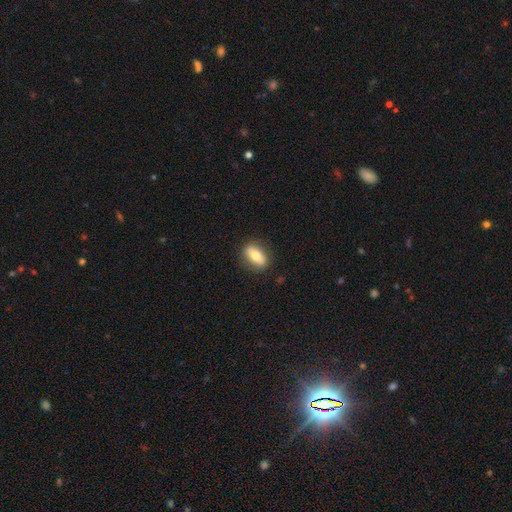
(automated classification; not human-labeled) smooth-or-featured: smooth: 67% | featured or disk: 26% | star or artifact: 7%
  how-rounded: in between: 80% | round: 11% | cigar-shaped: 8%
  merging: none: 85% | minor disturbance: 11% | major disturbance: 3% | merger: 1%